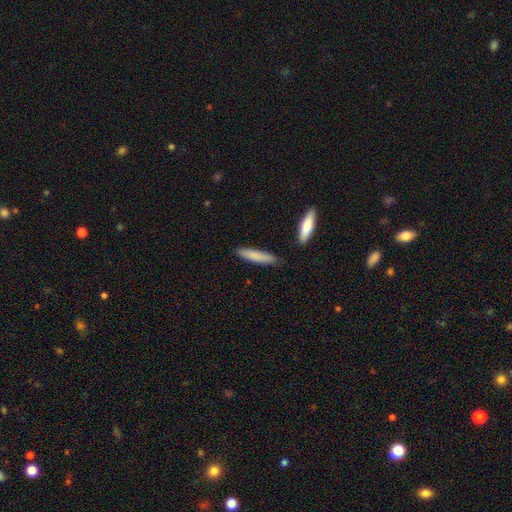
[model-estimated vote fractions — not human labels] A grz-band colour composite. It shows a smooth galaxy with no disk features (80%) that is cigar-shaped (86%). Merging: none (83%).